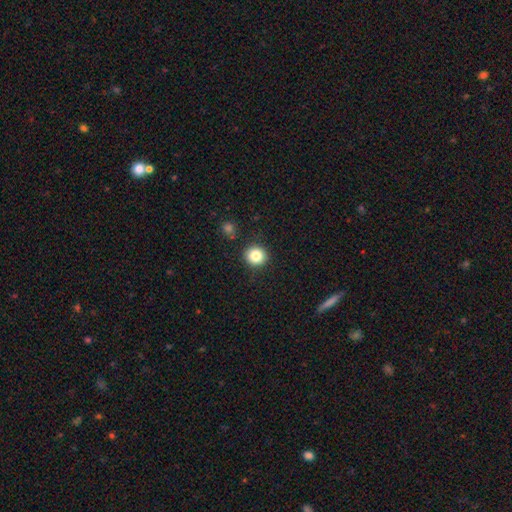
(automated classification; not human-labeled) Morphology: type=smooth (84%); roundness=round (89%); merging=none (89%).